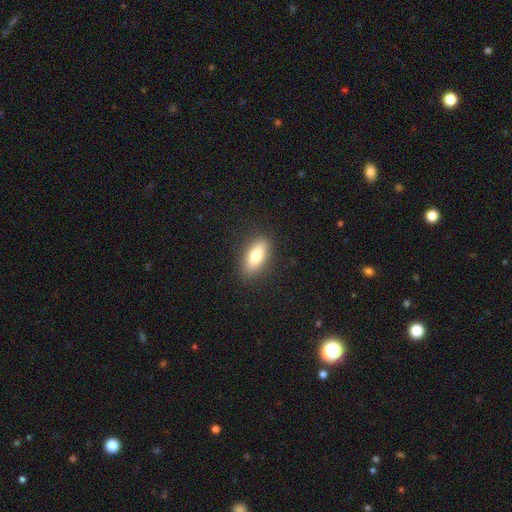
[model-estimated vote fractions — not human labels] The model was most divided on "how rounded": in between: 77%, cigar-shaped: 19%, round: 4%. More confident: merging — none (88%); smooth or featured — smooth (76%).